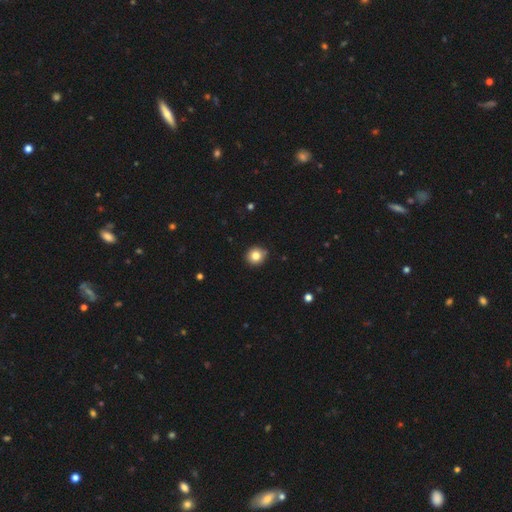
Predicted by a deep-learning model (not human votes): Q: Smooth or featured?
A: smooth (82%); runner-up: star or artifact (11%)
Q: How rounded?
A: round (90%); runner-up: in between (9%)
Q: Merging?
A: none (86%); runner-up: minor disturbance (10%)